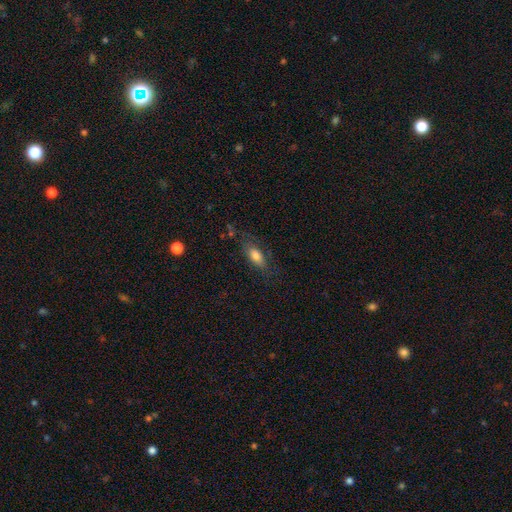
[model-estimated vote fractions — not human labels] smooth-or-featured: smooth: 75% | featured or disk: 17% | star or artifact: 8%
  how-rounded: in between: 79% | cigar-shaped: 18% | round: 3%
  merging: none: 70% | minor disturbance: 19% | major disturbance: 9% | merger: 2%